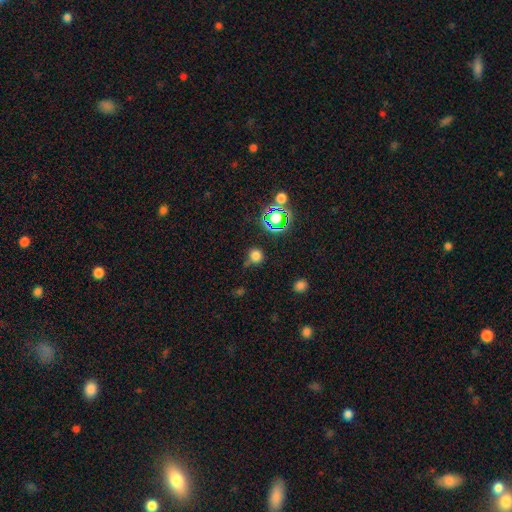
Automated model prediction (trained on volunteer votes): This is likely a smooth galaxy (70%). How rounded: clearly round (91%). Merging: likely none (71%).